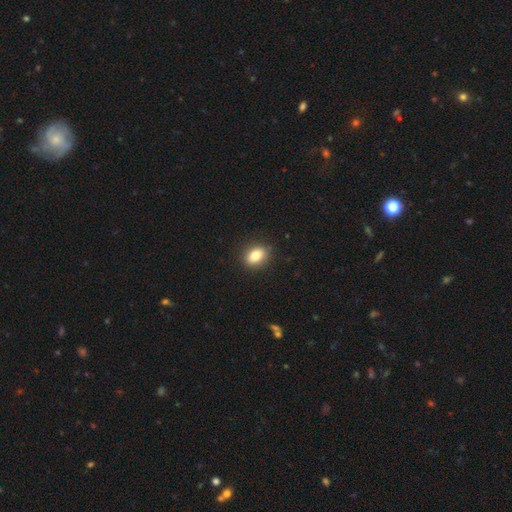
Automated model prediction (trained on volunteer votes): smooth 84%, star or artifact 9%, featured or disk 7%. Down the decision tree: how rounded — in between (75%); merging — none (88%).